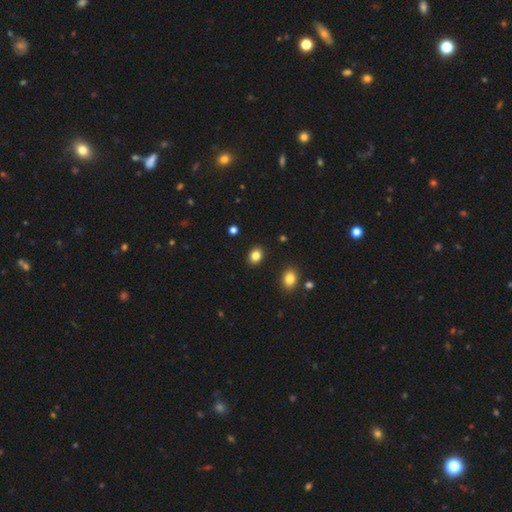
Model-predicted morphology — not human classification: Smooth or featured? smooth (84%)
How rounded? in between (54%)
Merging? none (89%)